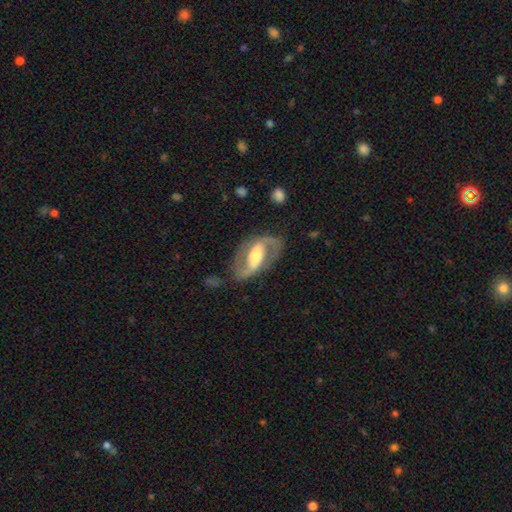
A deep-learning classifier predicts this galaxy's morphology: Smooth or featured? Predicted: featured or disk (p=0.85). Edge-on disk? Predicted: no (p=0.96). Bar? Predicted: strong (p=0.50). Spiral arms? Predicted: yes (p=0.92). Spiral winding? Predicted: medium (p=0.52). Spiral arm count? Predicted: 2 (p=0.91). Bulge size? Predicted: moderate (p=0.58). Merging? Predicted: none (p=0.76).